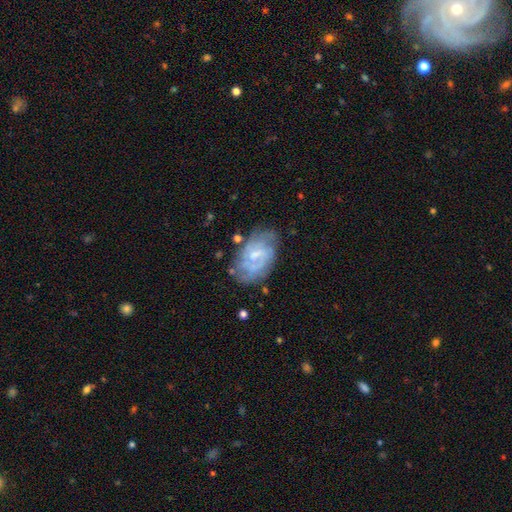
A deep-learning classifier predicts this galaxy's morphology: smooth-or-featured: featured or disk: 74% | smooth: 19% | star or artifact: 7%
  disk-edge-on: no: 96% | yes: 4%
    bar: weak: 54% | no: 35% | strong: 11%
    has-spiral-arms: yes: 85% | no: 15%
      spiral-winding: tight: 50% | medium: 38% | loose: 12%
      spiral-arm-count: 2: 44% | can't tell: 35% | 3: 11% | 1: 4% | 4: 4% | more than 4: 3%
    bulge-size: small: 50% | moderate: 32% | none: 15% | large: 2% | dominant: 1%
  merging: none: 67% | minor disturbance: 22% | major disturbance: 8% | merger: 3%